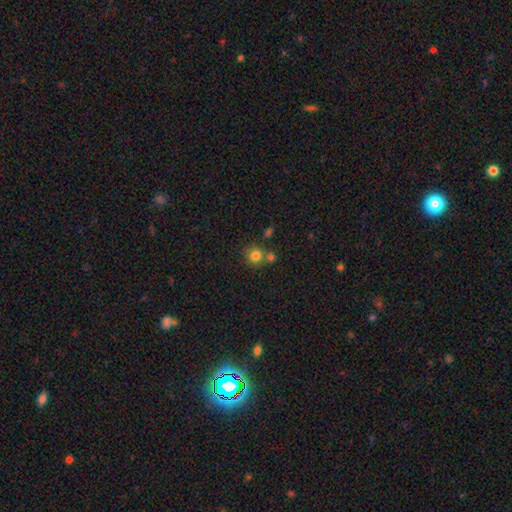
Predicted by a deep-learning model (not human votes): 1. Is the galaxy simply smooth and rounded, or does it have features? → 80% smooth, 12% star or artifact, 8% featured or disk.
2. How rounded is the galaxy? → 89% round, 10% in between, 1% cigar-shaped.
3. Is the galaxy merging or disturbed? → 64% none, 23% merger, 10% minor disturbance, 3% major disturbance.